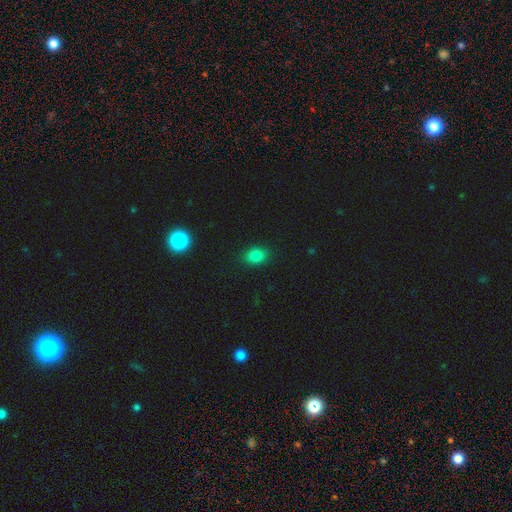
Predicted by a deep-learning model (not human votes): Smooth or featured: smooth — 82% (star or artifact — 13%)
How rounded: in between — 58% (round — 41%)
Merging: none — 87% (minor disturbance — 9%)